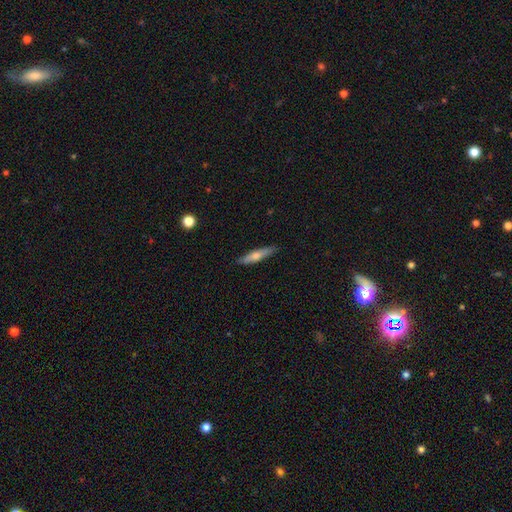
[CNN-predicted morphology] smooth-or-featured: smooth: 48% | featured or disk: 45% | star or artifact: 7%
  merging: none: 88% | minor disturbance: 9% | major disturbance: 2% | merger: 1%